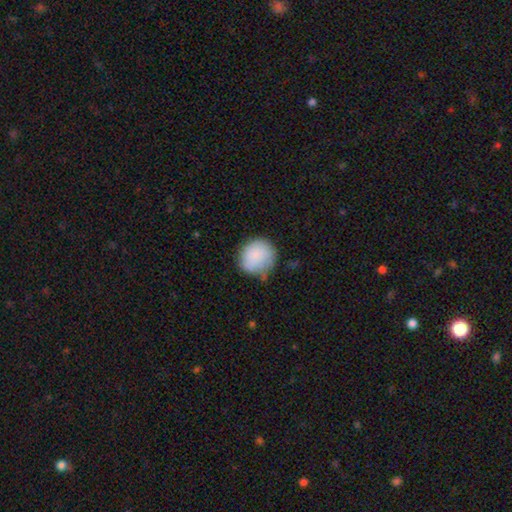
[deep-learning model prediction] This appears to be a smooth galaxy with no disk features (84%) that is round (83%). Merging: none (60%).